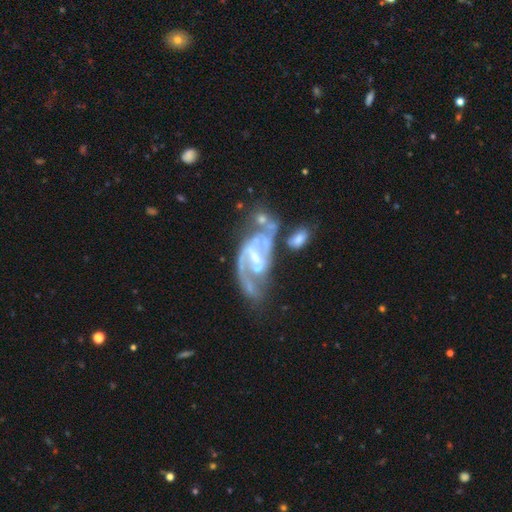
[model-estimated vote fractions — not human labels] featured or disk 89%, star or artifact 6%, smooth 5%. Down the decision tree: edge-on disk — no (96%); bar — weak (45%); spiral arms — yes (95%); spiral arm count — 2 (80%); spiral winding — medium (52%); bulge size — small (55%); merging — none (41%).